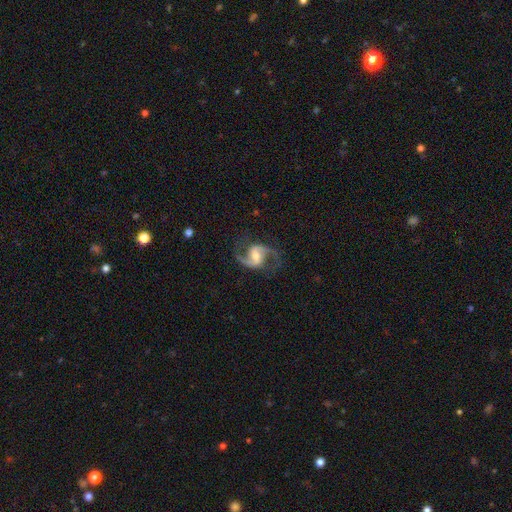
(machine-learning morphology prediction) Overall: featured or disk (91%). Edge-on disk: no (98%). Bar: weak (49%; strong 28%). Spiral arms: yes (98%). Spiral arm count: 2 (94%). Spiral winding: medium (49%; loose 44%). Bulge size: moderate (50%; small 35%). Merging: none (79%).